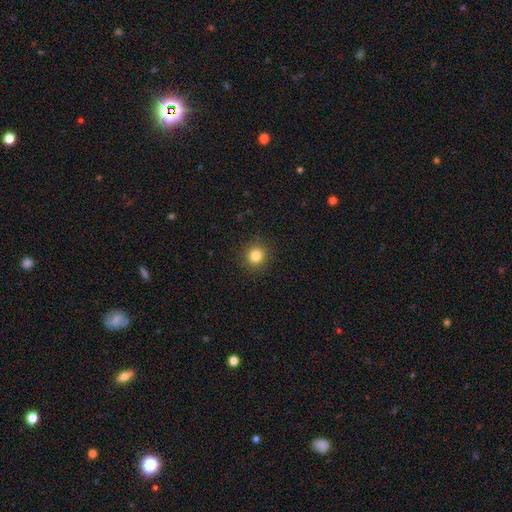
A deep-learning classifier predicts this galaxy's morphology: Q: Smooth or featured?
A: smooth (83%); runner-up: star or artifact (12%)
Q: How rounded?
A: round (93%); runner-up: in between (6%)
Q: Merging?
A: none (91%); runner-up: minor disturbance (6%)